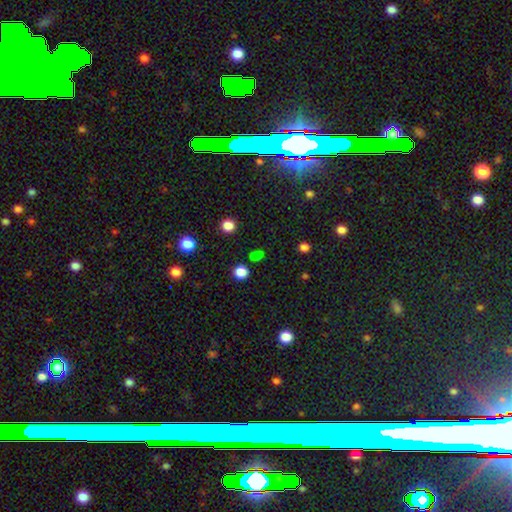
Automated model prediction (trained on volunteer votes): A smooth galaxy with no disk features (65%) that is round (76%). Merging: none (80%).